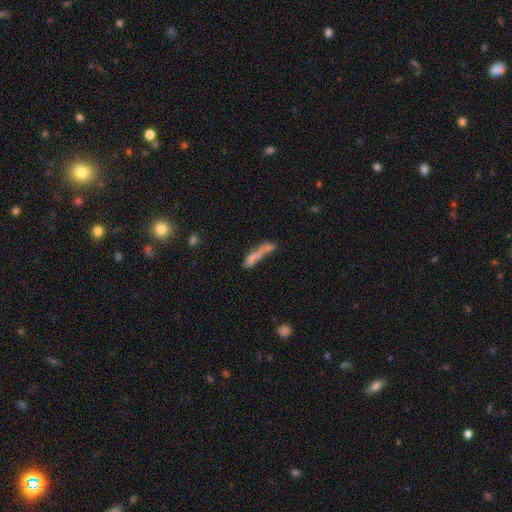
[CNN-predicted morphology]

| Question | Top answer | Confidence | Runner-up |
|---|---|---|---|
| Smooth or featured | smooth | 52% | featured or disk (33%) |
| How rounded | cigar-shaped | 71% | in between (24%) |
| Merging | merger | 43% | none (28%) |